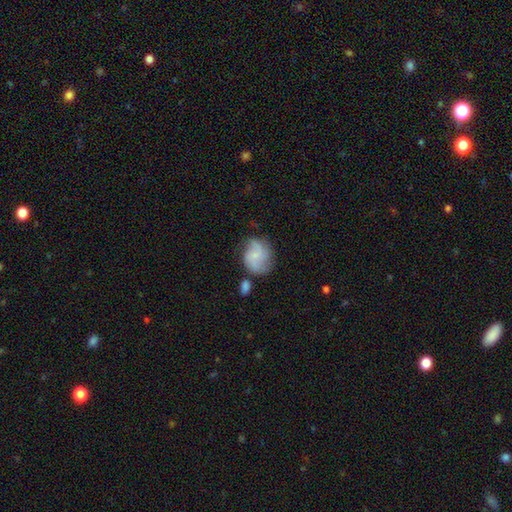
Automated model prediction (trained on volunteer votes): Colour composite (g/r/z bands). It shows a featured or disk galaxy (56%) with no bar (67%), spiral arms (89%) and a small central bulge (63%). Merging: none (58%).